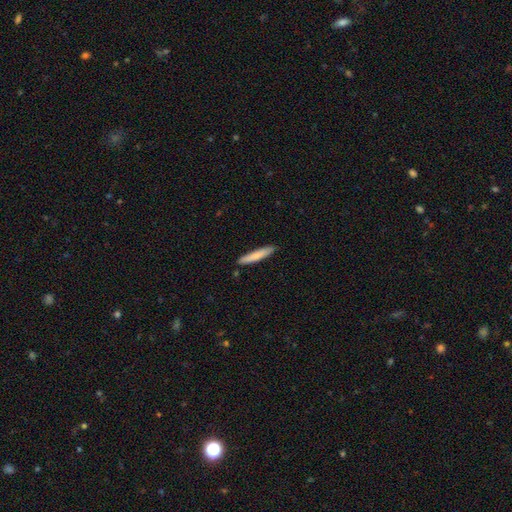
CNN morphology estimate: The model was most divided on "smooth or featured": smooth: 77%, featured or disk: 17%, star or artifact: 5%. More confident: how rounded — cigar-shaped (92%); merging — none (88%).